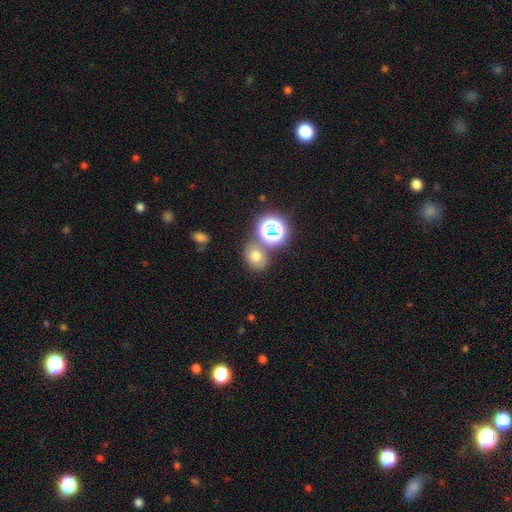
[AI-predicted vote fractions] Smooth or featured? smooth (65%)
How rounded? round (53%)
Merging? none (63%)